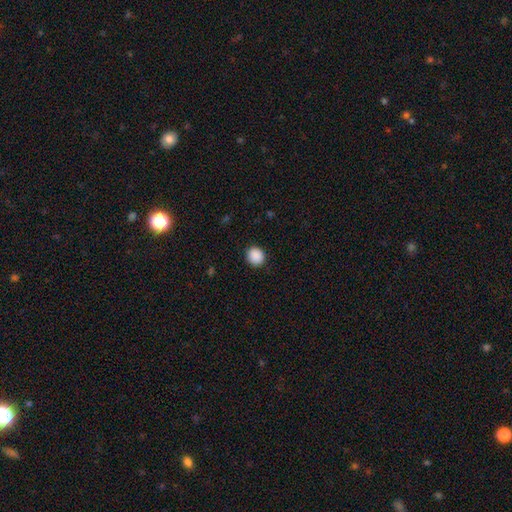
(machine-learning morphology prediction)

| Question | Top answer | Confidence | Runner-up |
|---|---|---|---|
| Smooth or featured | smooth | 90% | star or artifact (8%) |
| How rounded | round | 87% | in between (12%) |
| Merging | none | 91% | minor disturbance (6%) |